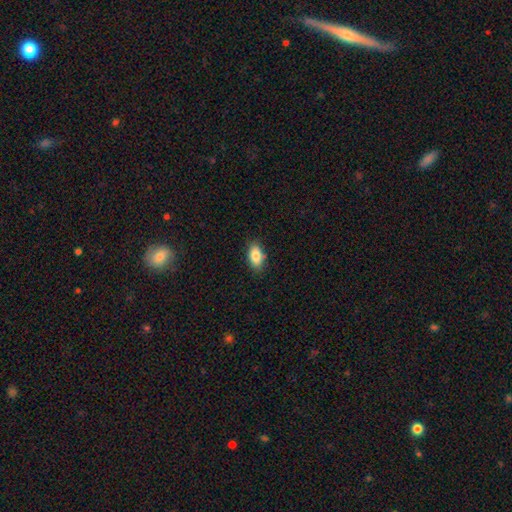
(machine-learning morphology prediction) Q: Smooth or featured?
A: smooth (85%); runner-up: featured or disk (8%)
Q: How rounded?
A: in between (91%); runner-up: round (5%)
Q: Merging?
A: none (84%); runner-up: minor disturbance (12%)